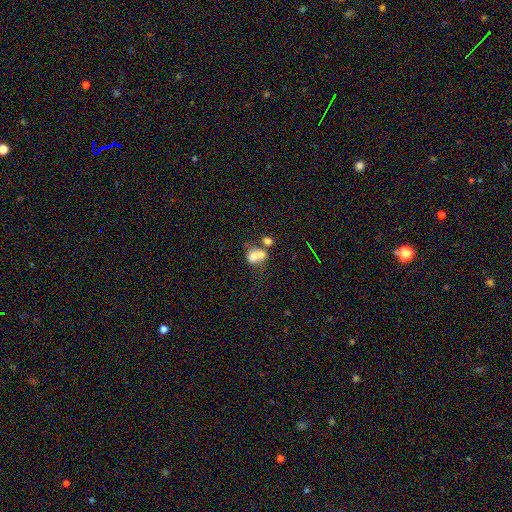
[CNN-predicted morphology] Overall: smooth (63%; featured or disk 25%). How rounded: round (53%; in between 46%). Merging: merger (63%).